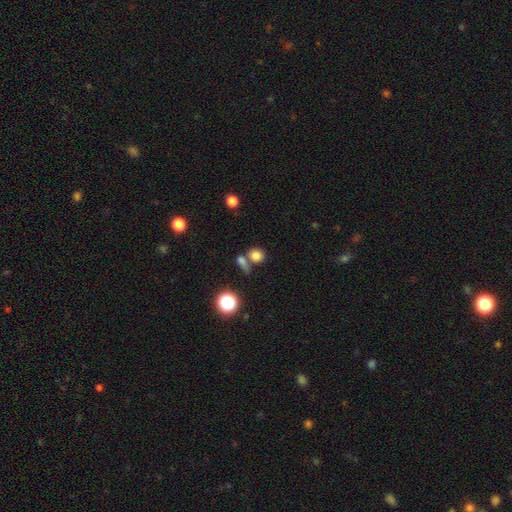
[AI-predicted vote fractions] Smooth or featured: smooth — 79% (star or artifact — 13%)
How rounded: round — 76% (in between — 22%)
Merging: none — 55% (merger — 32%)